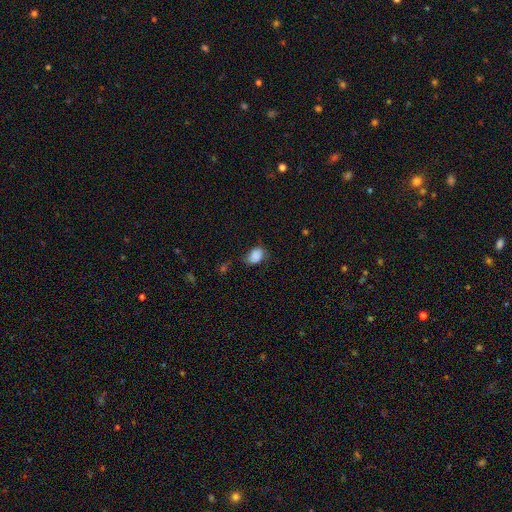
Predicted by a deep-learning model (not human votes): A smooth galaxy with no disk features (83%) that is in between round and cigar-shaped (73%).

Vote fractions:
- Smooth or featured? smooth: 83% / star or artifact: 9% / featured or disk: 8%
- How rounded? in between: 73% / round: 25% / cigar-shaped: 1%
- Merging? none: 47% / minor disturbance: 36% / major disturbance: 14% / merger: 3%